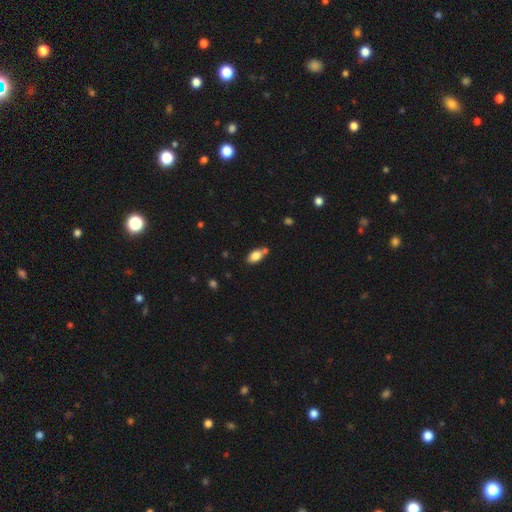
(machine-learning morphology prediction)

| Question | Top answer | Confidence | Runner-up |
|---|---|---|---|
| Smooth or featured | smooth | 82% | featured or disk (9%) |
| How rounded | in between | 90% | round (6%) |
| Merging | none | 60% | merger (19%) |